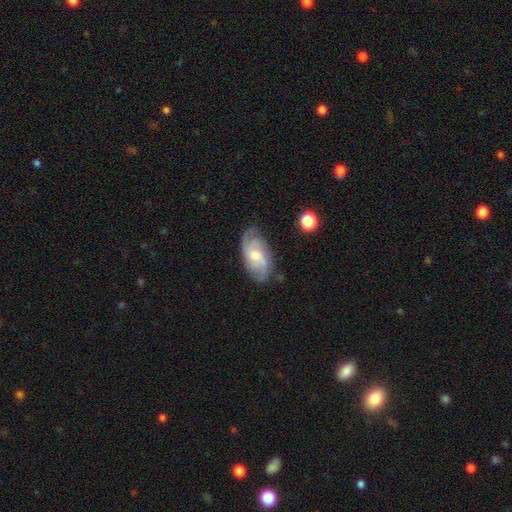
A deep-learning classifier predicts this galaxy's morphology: type=featured or disk (70%); edge-on=no (94%); bar=no (56%); spiral arms=yes (92%); winding=medium (44%); arm count=2 (36%); bulge=moderate (56%); merging=none (73%).